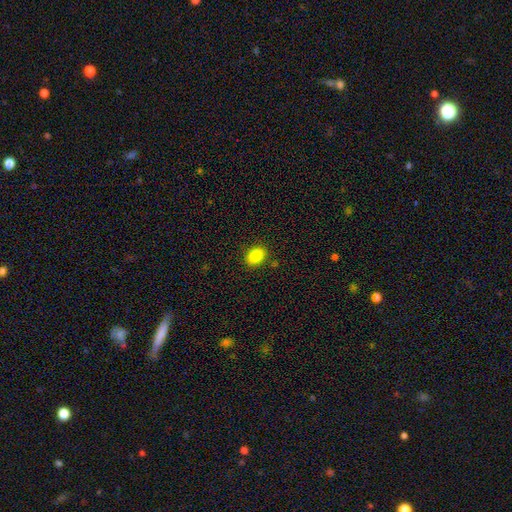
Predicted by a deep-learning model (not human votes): smooth_or_featured: smooth (p=0.87) [alt: star or artifact p=0.09]
how_rounded: in between (p=0.76) [alt: round p=0.23]
merging: none (p=0.87) [alt: minor disturbance p=0.09]